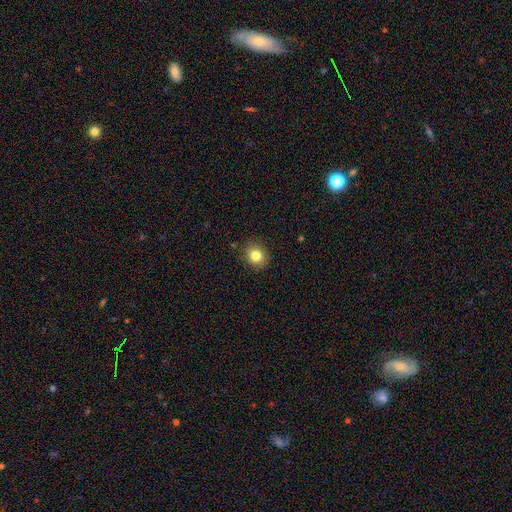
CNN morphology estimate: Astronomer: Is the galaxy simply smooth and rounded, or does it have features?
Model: smooth — 82%.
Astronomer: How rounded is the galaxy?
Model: round — 70%.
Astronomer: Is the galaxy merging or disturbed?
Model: none — 88%.